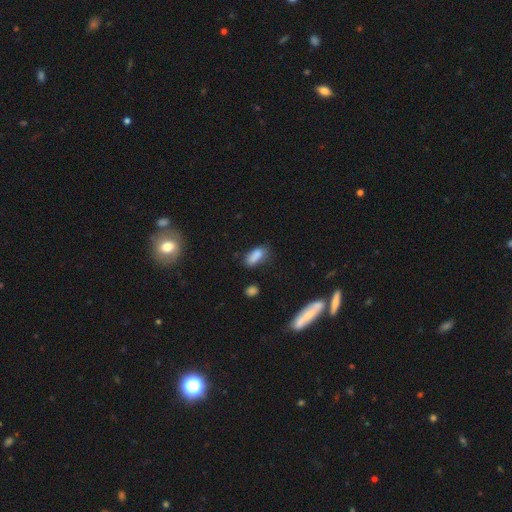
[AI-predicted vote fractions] The model was most divided on "merging": none: 61%, minor disturbance: 27%, major disturbance: 7%, merger: 5%. More confident: smooth or featured — smooth (84%); how rounded — in between (83%).